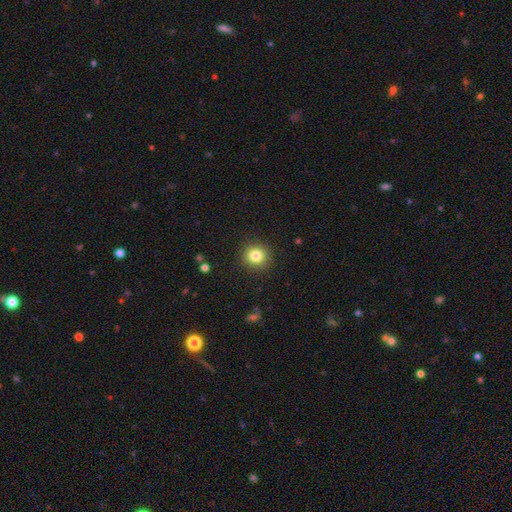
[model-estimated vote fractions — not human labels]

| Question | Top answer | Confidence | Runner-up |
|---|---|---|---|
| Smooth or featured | smooth | 82% | star or artifact (11%) |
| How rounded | round | 91% | in between (8%) |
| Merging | none | 90% | minor disturbance (6%) |